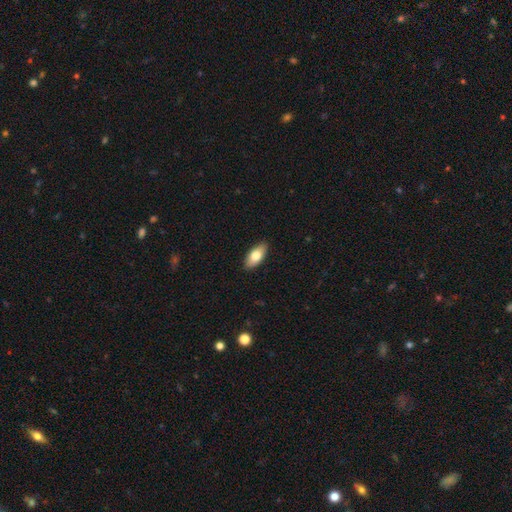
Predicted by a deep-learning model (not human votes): smooth 76%, featured or disk 18%, star or artifact 6%. Down the decision tree: how rounded — in between (88%); merging — none (89%).